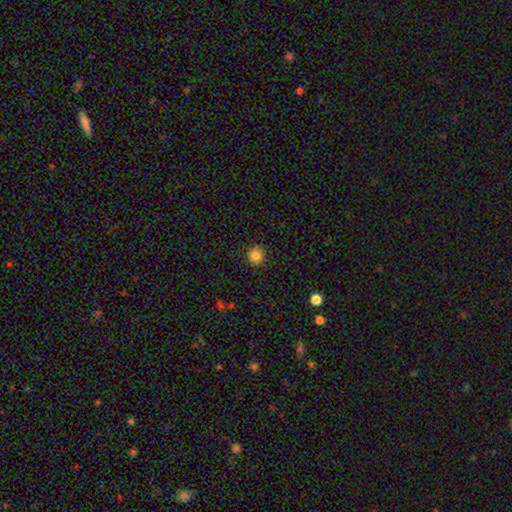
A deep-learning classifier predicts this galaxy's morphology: A smooth galaxy with no disk features (84%) that is round (93%). Merging: none (90%).